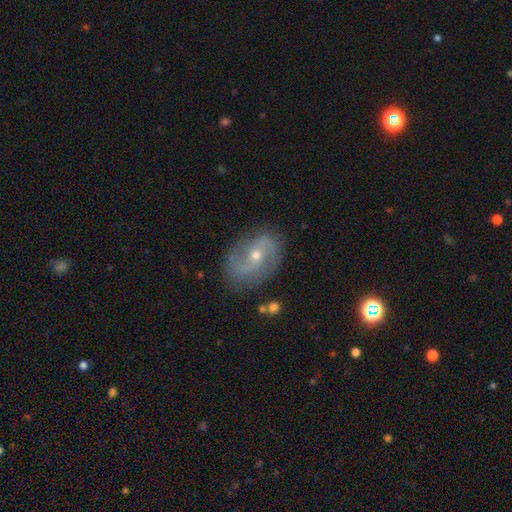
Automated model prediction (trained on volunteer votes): featured or disk 84%, smooth 10%, star or artifact 6%. Down the decision tree: edge-on disk — no (97%); bar — no (48%); spiral arms — yes (94%); spiral arm count — 2 (90%); spiral winding — medium (45%); bulge size — small (50%); merging — none (79%).